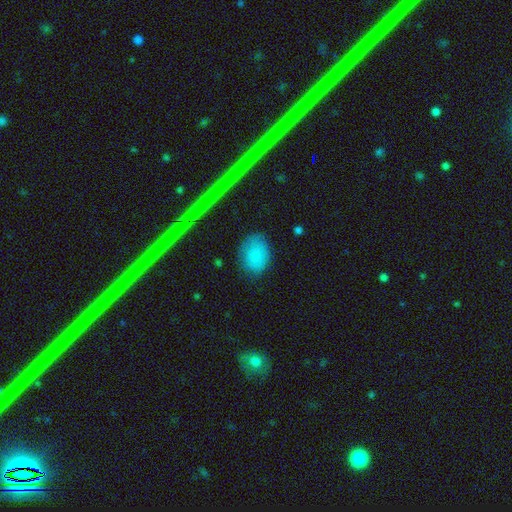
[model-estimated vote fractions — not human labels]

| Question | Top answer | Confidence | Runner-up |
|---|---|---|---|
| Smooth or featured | smooth | 82% | star or artifact (10%) |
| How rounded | in between | 62% | round (36%) |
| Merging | none | 77% | minor disturbance (17%) |